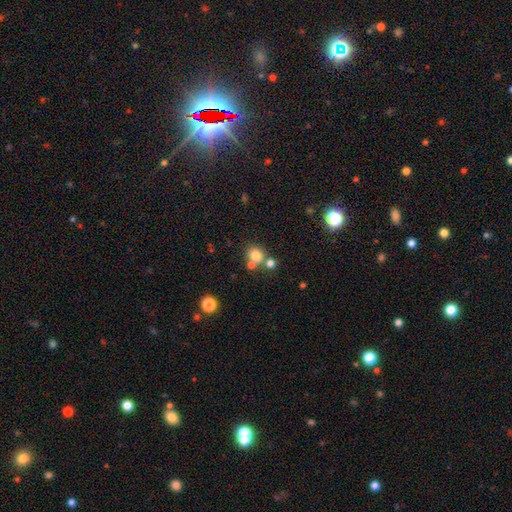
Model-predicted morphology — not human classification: Smooth or featured? smooth (76%)
How rounded? round (80%)
Merging? none (60%)